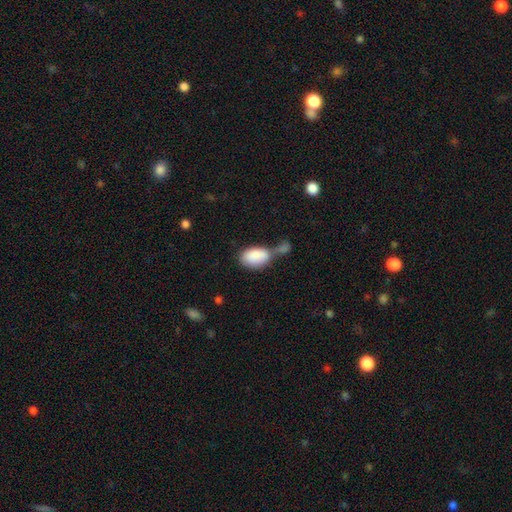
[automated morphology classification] Smooth or featured? Predicted: smooth (p=0.86). How rounded? Predicted: in between (p=0.92). Merging? Predicted: merger (p=0.42).